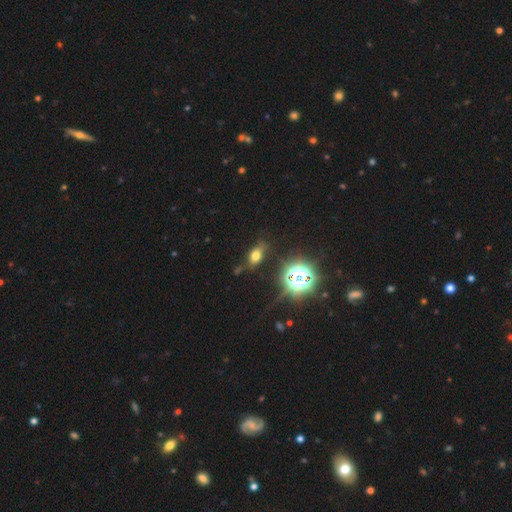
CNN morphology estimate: Q: Smooth or featured?
A: smooth (55%); runner-up: star or artifact (29%)
Q: How rounded?
A: in between (77%); runner-up: round (15%)
Q: Merging?
A: none (70%); runner-up: minor disturbance (18%)